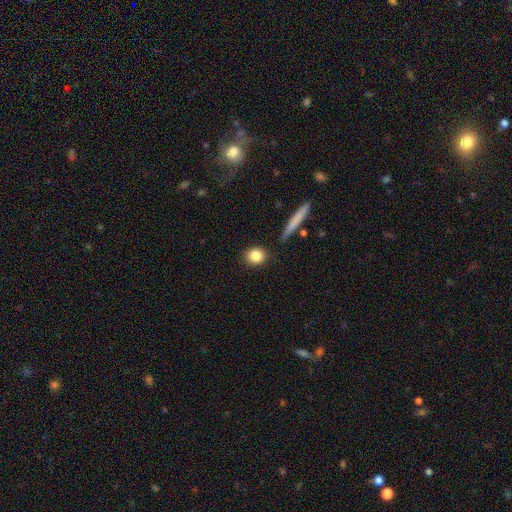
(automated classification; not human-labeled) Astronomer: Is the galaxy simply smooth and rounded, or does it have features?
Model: smooth — 83%.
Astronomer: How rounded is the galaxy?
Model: round — 75%.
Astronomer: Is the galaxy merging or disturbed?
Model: none — 86%.